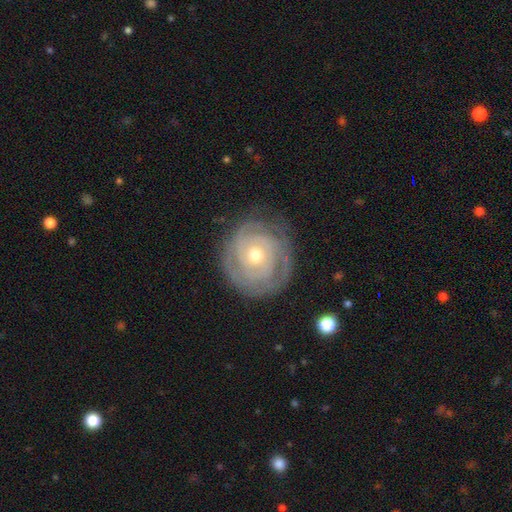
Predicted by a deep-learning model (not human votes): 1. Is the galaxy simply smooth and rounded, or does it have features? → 83% featured or disk, 11% smooth, 6% star or artifact.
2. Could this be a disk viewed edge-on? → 97% no, 3% yes.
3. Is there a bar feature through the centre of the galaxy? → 79% no, 16% weak, 5% strong.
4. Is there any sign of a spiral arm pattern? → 92% yes, 8% no.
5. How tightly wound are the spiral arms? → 83% tight, 13% medium, 4% loose.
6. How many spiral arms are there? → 36% can't tell, 24% 2, 19% 3, 8% 4, 6% 1, 6% more than 4.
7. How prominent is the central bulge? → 63% moderate, 33% small, 3% large, 1% none, 1% dominant.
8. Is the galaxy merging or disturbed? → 78% none, 15% minor disturbance, 6% major disturbance, 1% merger.